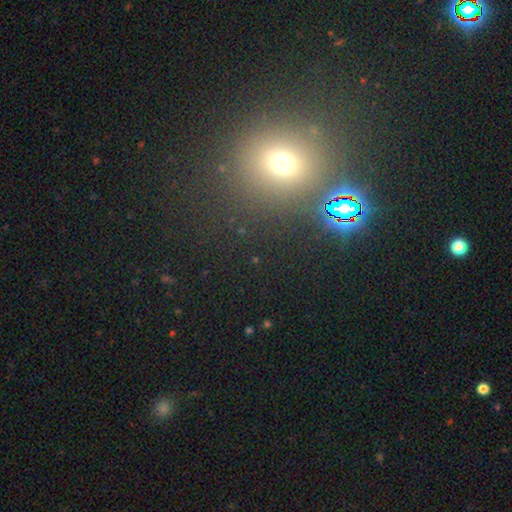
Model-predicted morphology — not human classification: smooth 47%, star or artifact 44%, featured or disk 9%. Down the decision tree: merging — none (80%).